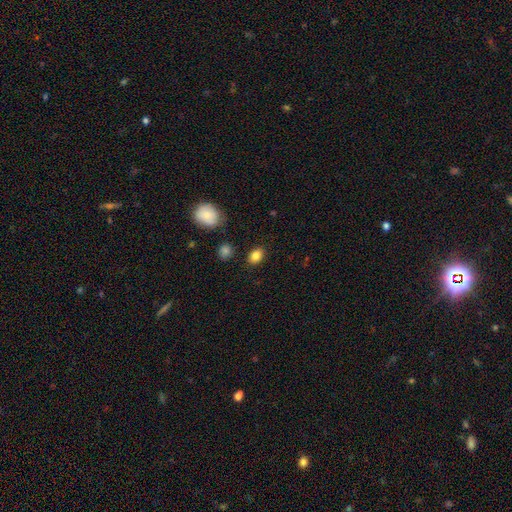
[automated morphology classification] smooth 85%, star or artifact 10%, featured or disk 6%. Down the decision tree: how rounded — in between (67%); merging — none (86%).